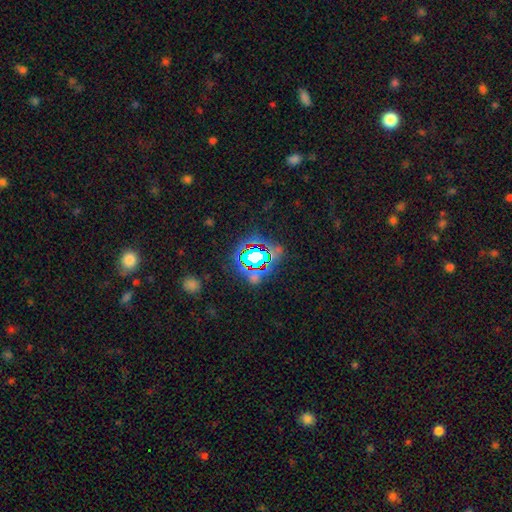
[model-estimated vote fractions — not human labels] A star or artifact, not a galaxy (68%).

Vote fractions:
- Smooth or featured? star or artifact: 68% / smooth: 20% / featured or disk: 12%